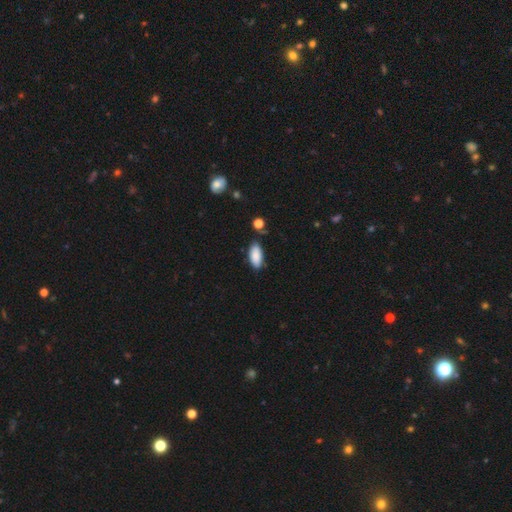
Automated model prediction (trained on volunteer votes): Smooth or featured: smooth — 88% (star or artifact — 7%)
How rounded: in between — 89% (cigar-shaped — 9%)
Merging: none — 77% (minor disturbance — 17%)